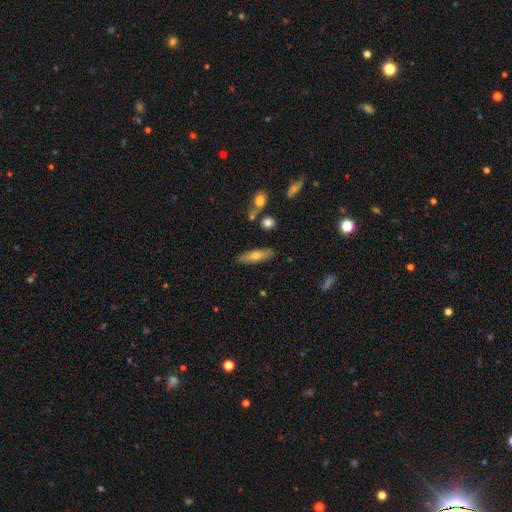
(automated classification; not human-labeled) This is likely a smooth galaxy (63%). How rounded: possibly cigar-shaped (56%). Merging: clearly none (82%).